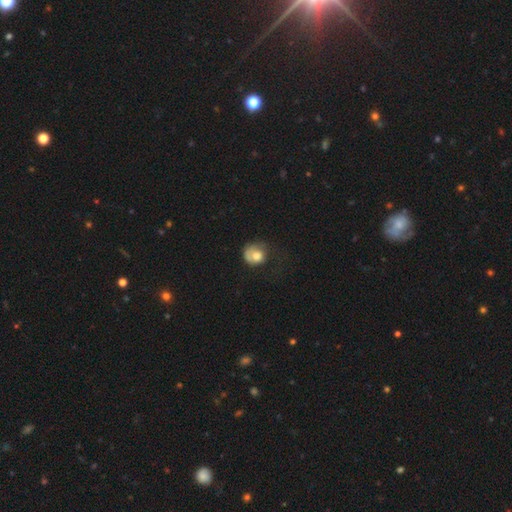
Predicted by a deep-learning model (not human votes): Smooth or featured? Predicted: smooth (p=0.65). How rounded? Predicted: round (p=0.74). Merging? Predicted: major disturbance (p=0.38).